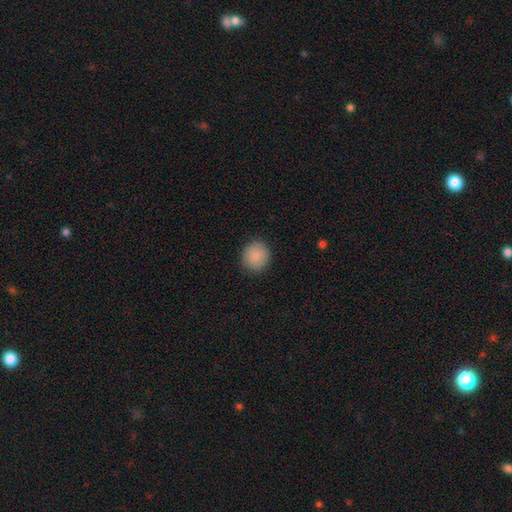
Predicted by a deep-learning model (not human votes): Smooth or featured?
  - smooth: 87% *
  - star or artifact: 8%
  - featured or disk: 5%
How rounded?
  - round: 90% *
  - in between: 9%
  - cigar-shaped: 1%
Merging?
  - none: 90% *
  - minor disturbance: 7%
  - major disturbance: 2%
  - merger: 1%